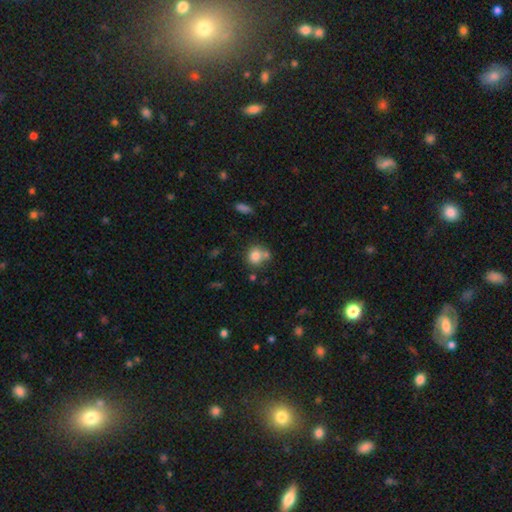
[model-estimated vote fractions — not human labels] Q: Smooth or featured?
A: smooth (80%); runner-up: featured or disk (10%)
Q: How rounded?
A: round (75%); runner-up: in between (24%)
Q: Merging?
A: none (54%); runner-up: merger (29%)